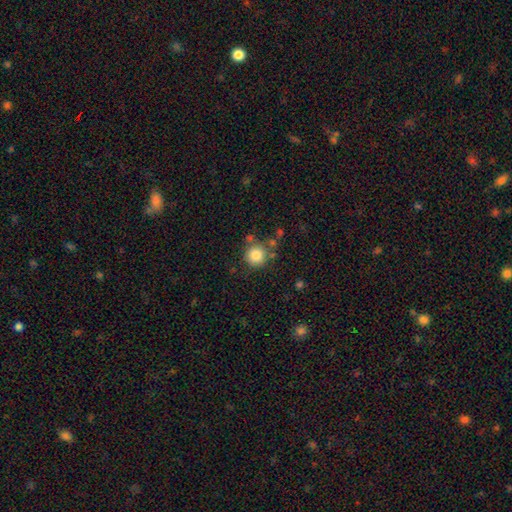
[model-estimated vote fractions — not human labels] This appears to be a smooth galaxy with no disk features (82%) that is round (94%). Merging: none (76%).